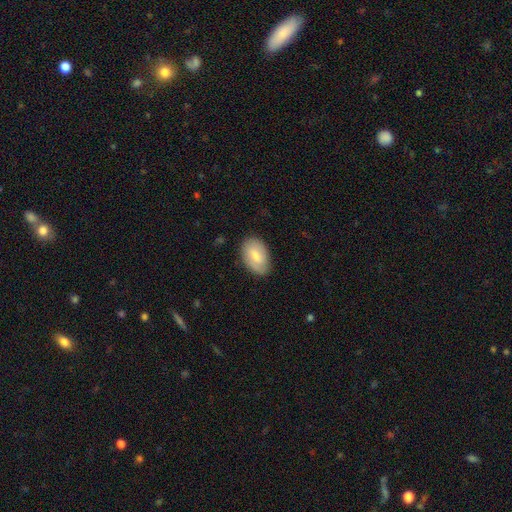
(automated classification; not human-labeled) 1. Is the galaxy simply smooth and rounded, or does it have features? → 62% smooth, 32% featured or disk, 6% star or artifact.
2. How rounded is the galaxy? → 90% in between, 8% round, 2% cigar-shaped.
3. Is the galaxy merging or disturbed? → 81% none, 14% minor disturbance, 3% major disturbance, 1% merger.